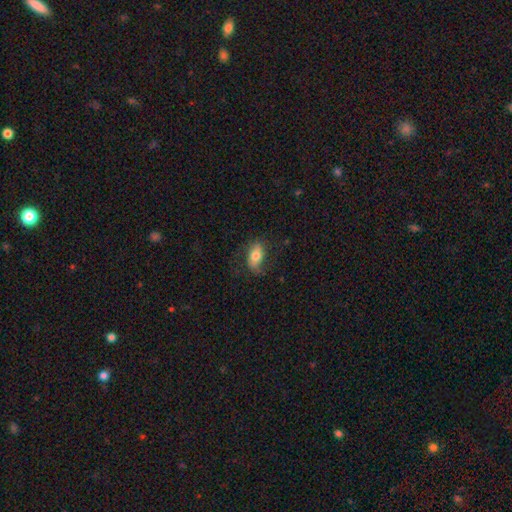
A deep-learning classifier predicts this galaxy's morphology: type=smooth (67%); roundness=in between (88%); merging=none (70%).